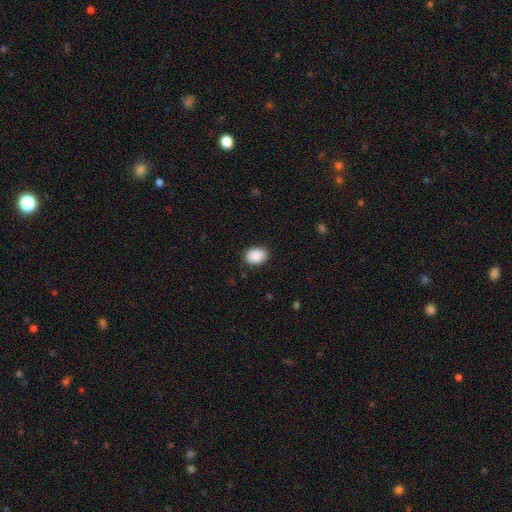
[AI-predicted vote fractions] This appears to be a smooth galaxy with no disk features (90%) that is in between round and cigar-shaped (69%). Merging: none (87%).